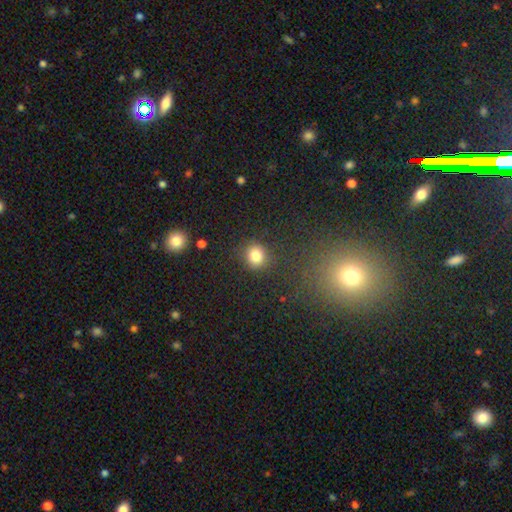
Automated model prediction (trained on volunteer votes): This is clearly a smooth galaxy (81%). How rounded: clearly round (80%). Merging: clearly none (84%).